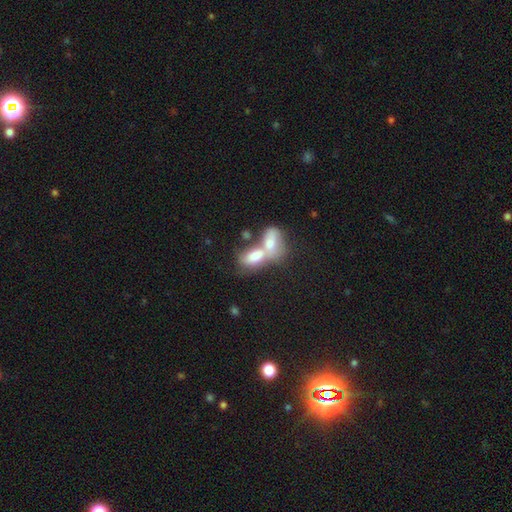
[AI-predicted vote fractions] A smooth galaxy with no disk features (72%) that is in between round and cigar-shaped (89%).

Vote fractions:
- Smooth or featured? smooth: 72% / featured or disk: 21% / star or artifact: 7%
- How rounded? in between: 89% / round: 6% / cigar-shaped: 5%
- Merging? merger: 74% / none: 14% / minor disturbance: 7% / major disturbance: 5%